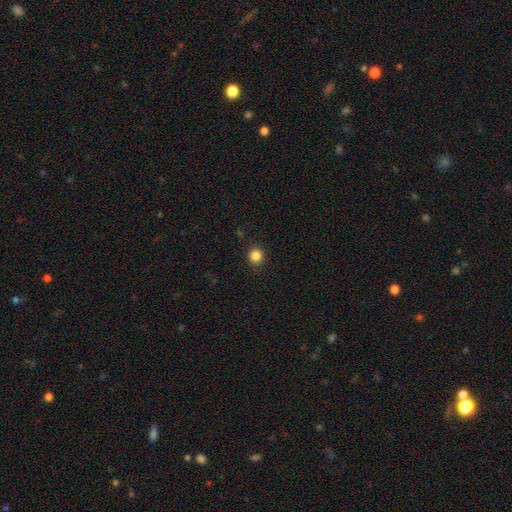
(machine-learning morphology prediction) smooth-or-featured: smooth: 85% | star or artifact: 11% | featured or disk: 4%
  how-rounded: round: 92% | in between: 7% | cigar-shaped: 1%
  merging: none: 92% | minor disturbance: 6% | major disturbance: 2% | merger: 1%